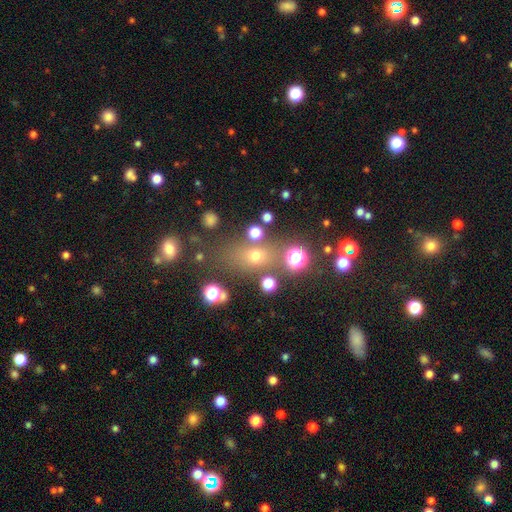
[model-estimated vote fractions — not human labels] Morphology: type=smooth (57%); roundness=in between (58%); merging=none (67%).